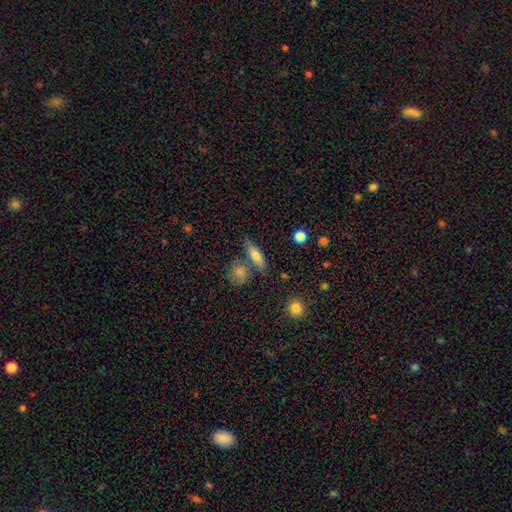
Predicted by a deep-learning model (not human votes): A smooth galaxy with no disk features (66%) that is cigar-shaped (52%).

Vote fractions:
- Smooth or featured? smooth: 66% / featured or disk: 26% / star or artifact: 8%
- How rounded? cigar-shaped: 52% / in between: 43% / round: 6%
- Merging? none: 66% / merger: 17% / minor disturbance: 13% / major disturbance: 4%